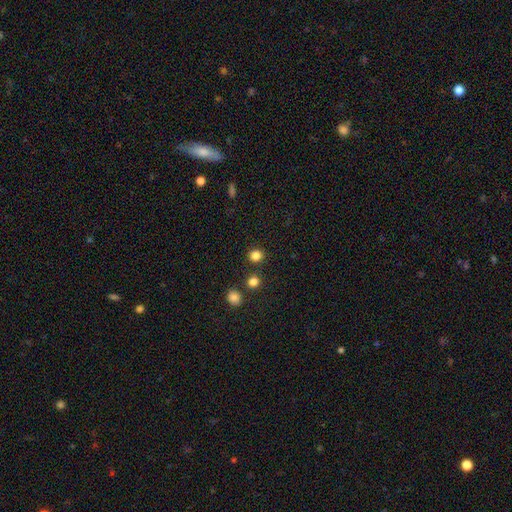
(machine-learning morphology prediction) The model was most divided on "smooth or featured": smooth: 83%, star or artifact: 14%, featured or disk: 4%. More confident: how rounded — round (88%); merging — none (86%).